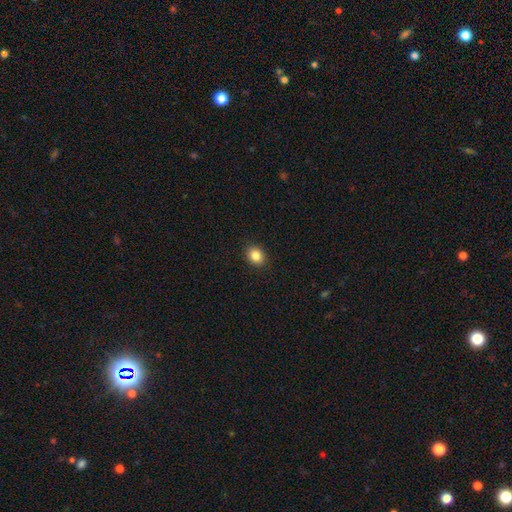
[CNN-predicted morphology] type=smooth (84%); roundness=round (53%); merging=none (91%).